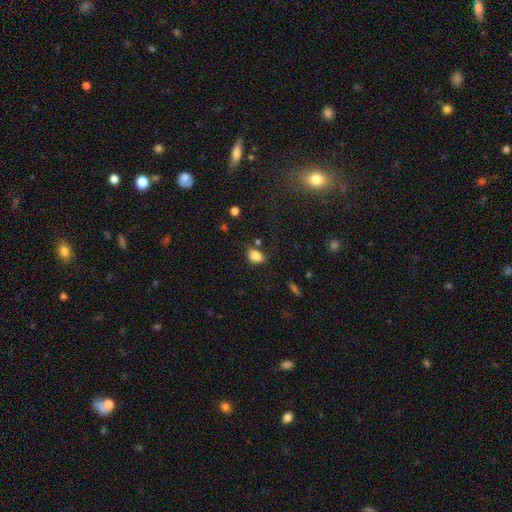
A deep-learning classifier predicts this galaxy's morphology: Overall: smooth (84%). How rounded: in between (64%; round 34%). Merging: none (57%; minor disturbance 27%).